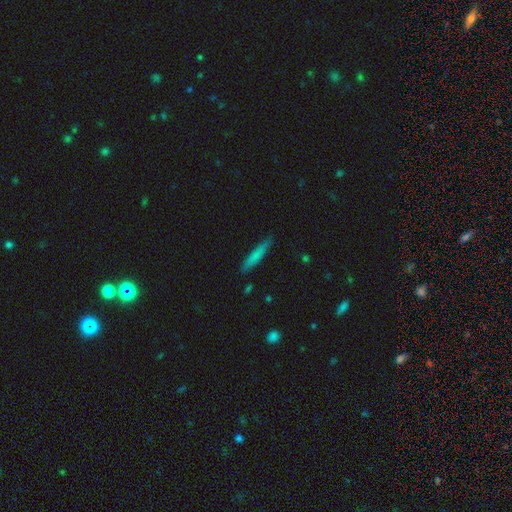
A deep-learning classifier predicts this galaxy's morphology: smooth-or-featured: smooth: 72% | featured or disk: 21% | star or artifact: 6%
  how-rounded: cigar-shaped: 92% | in between: 7% | round: 1%
  merging: none: 86% | minor disturbance: 11% | major disturbance: 2% | merger: 2%